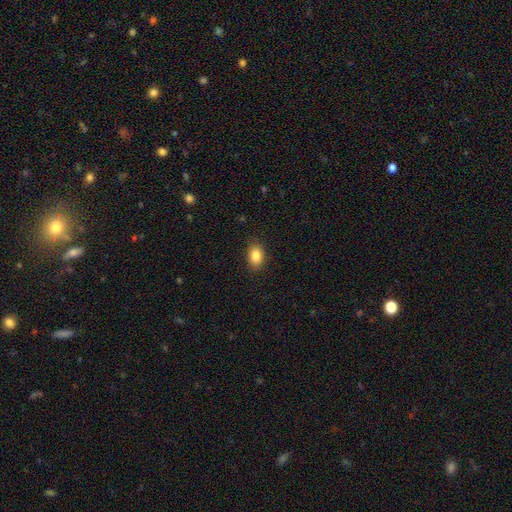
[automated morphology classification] Smooth or featured: smooth — 86% (star or artifact — 8%)
How rounded: in between — 83% (round — 16%)
Merging: none — 87% (minor disturbance — 10%)